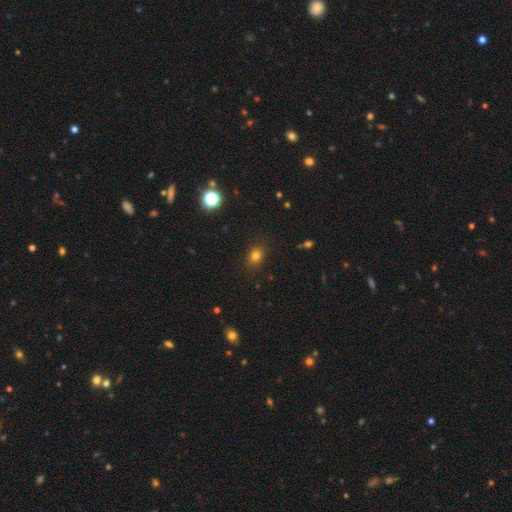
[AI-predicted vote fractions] This appears to be a smooth galaxy with no disk features (77%) that is in between round and cigar-shaped (53%). Merging: none (86%).